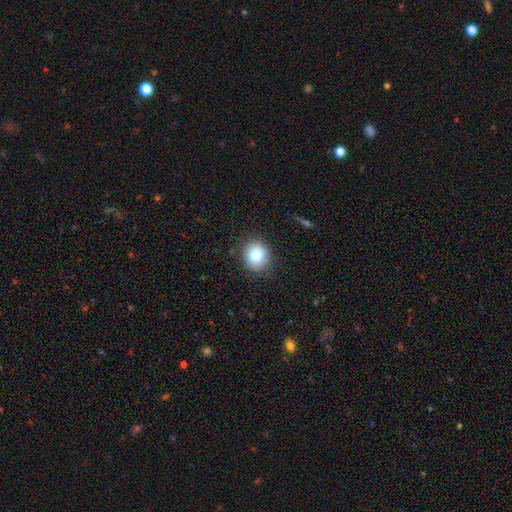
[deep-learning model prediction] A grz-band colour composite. It shows a smooth galaxy with no disk features (79%) that is round (76%). Merging: none (88%).